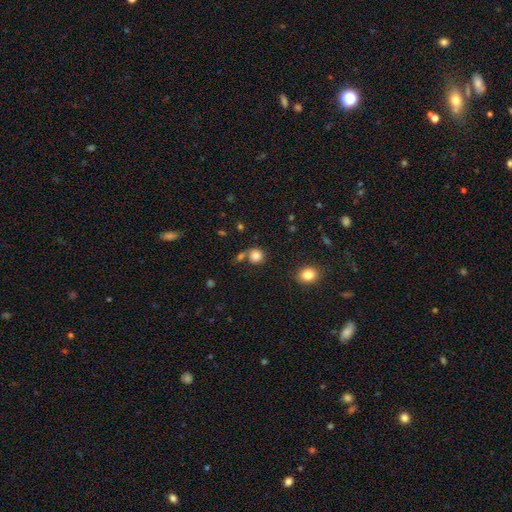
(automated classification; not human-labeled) smooth_or_featured: smooth (p=0.83) [alt: star or artifact p=0.11]
how_rounded: round (p=0.87) [alt: in between p=0.12]
merging: none (p=0.65) [alt: merger p=0.18]